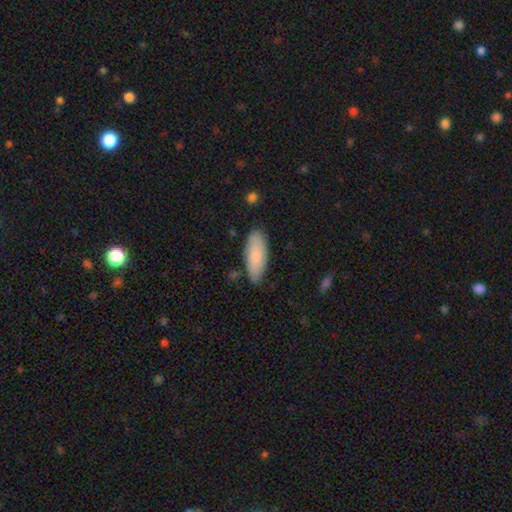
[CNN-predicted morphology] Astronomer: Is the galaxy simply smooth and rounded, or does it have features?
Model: smooth — 78%.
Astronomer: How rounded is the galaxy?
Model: in between — 77%.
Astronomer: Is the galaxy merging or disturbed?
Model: none — 79%.